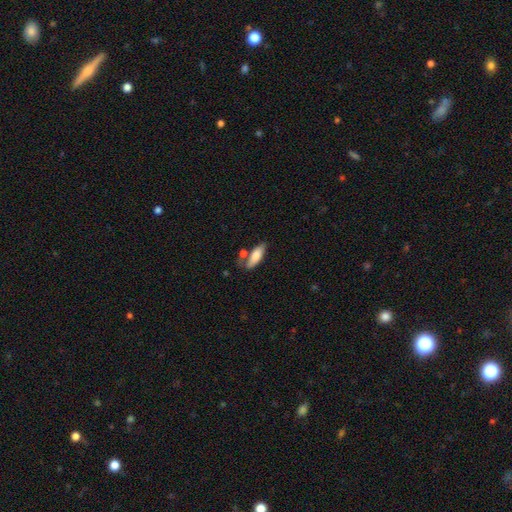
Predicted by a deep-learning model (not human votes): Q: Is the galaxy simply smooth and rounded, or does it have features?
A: smooth — 79%.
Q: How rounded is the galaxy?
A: in between — 67%.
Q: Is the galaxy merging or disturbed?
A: none — 58%.